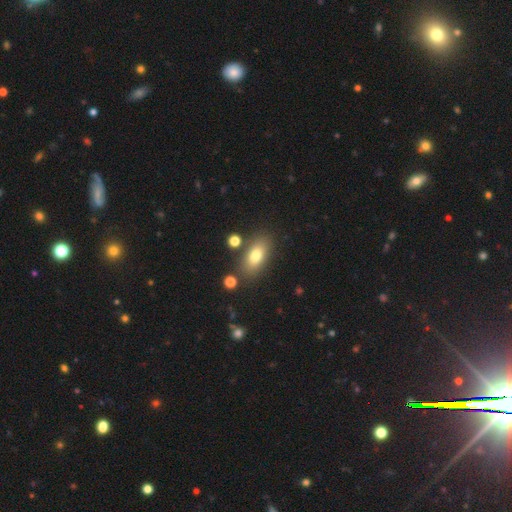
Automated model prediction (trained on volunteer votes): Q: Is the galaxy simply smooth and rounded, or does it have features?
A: smooth — 76%.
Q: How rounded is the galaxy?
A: in between — 85%.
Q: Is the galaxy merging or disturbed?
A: none — 80%.